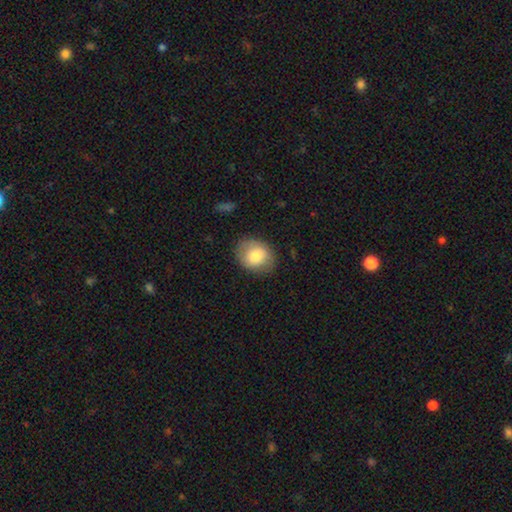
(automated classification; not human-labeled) smooth_or_featured: smooth (p=0.79) [alt: featured or disk p=0.14]
how_rounded: in between (p=0.50) [alt: round p=0.49]
merging: none (p=0.80) [alt: minor disturbance p=0.15]